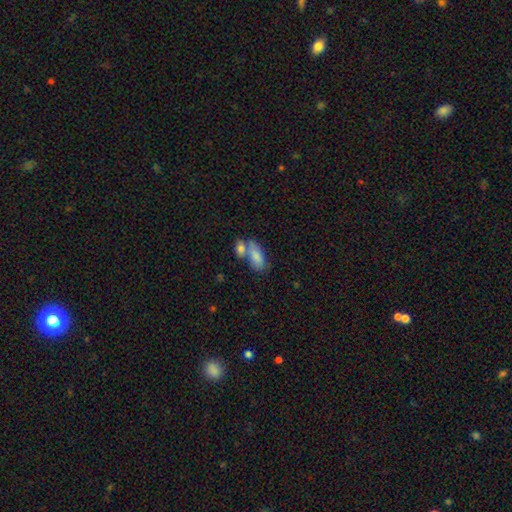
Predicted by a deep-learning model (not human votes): The model was most divided on "merging": merger: 45%, none: 38%, minor disturbance: 12%, major disturbance: 5%. More confident: how rounded — in between (84%); smooth or featured — smooth (81%).